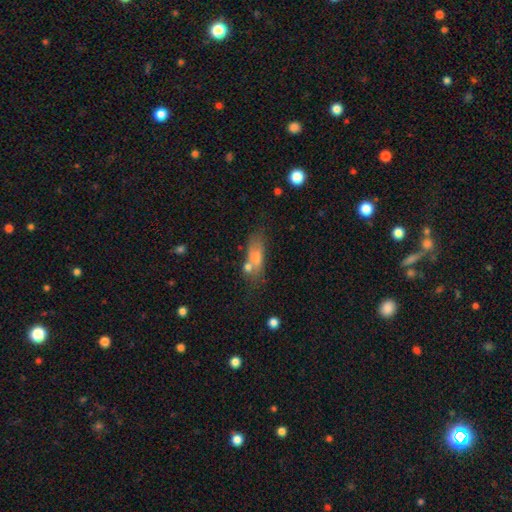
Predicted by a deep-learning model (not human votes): smooth 54%, featured or disk 26%, star or artifact 20%. Down the decision tree: how rounded — in between (53%); merging — none (57%).